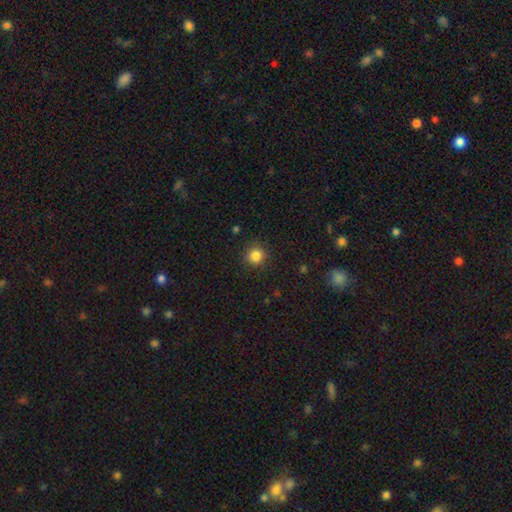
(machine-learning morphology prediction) type=smooth (84%); roundness=round (92%); merging=none (89%).